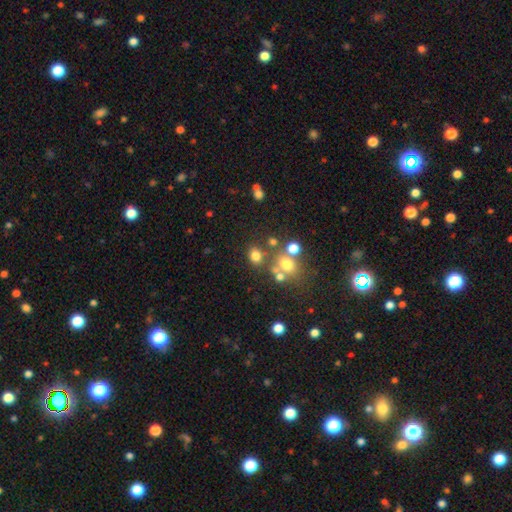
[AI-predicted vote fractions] The model was most divided on "how rounded": round: 54%, in between: 45%, cigar-shaped: 1%. More confident: smooth or featured — smooth (72%); merging — none (65%).